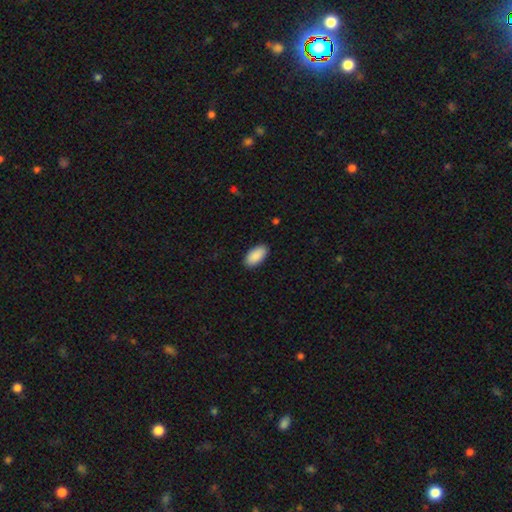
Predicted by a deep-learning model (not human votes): smooth_or_featured: smooth (p=0.91) [alt: star or artifact p=0.06]
how_rounded: in between (p=0.95) [alt: cigar-shaped p=0.03]
merging: none (p=0.89) [alt: minor disturbance p=0.08]